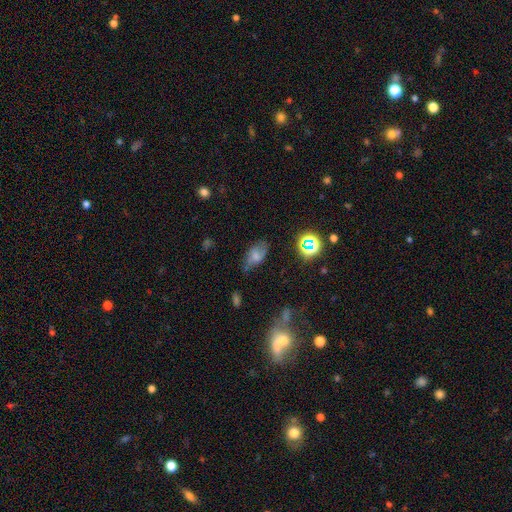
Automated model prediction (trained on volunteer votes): The model was most divided on "smooth or featured": smooth: 54%, featured or disk: 29%, star or artifact: 16%. More confident: how rounded — in between (88%); merging — none (56%).